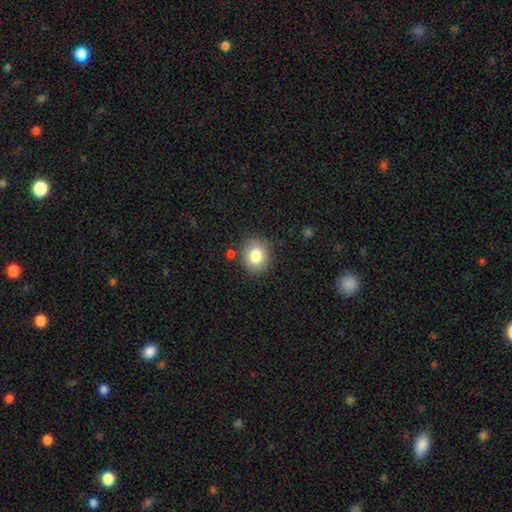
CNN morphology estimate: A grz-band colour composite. It shows a smooth galaxy with no disk features (82%) that is round (76%). Merging: none (83%).